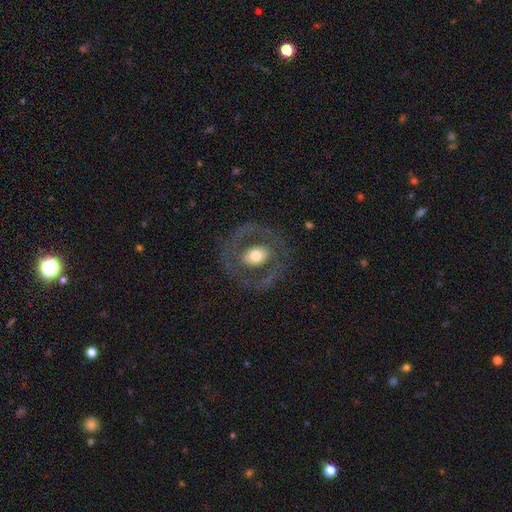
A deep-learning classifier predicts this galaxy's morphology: The model was most divided on "spiral arms": no: 57%, yes: 43%. More confident: edge-on disk — no (95%); merging — none (76%); smooth or featured — featured or disk (63%); bar — no (63%); bulge size — moderate (60%).